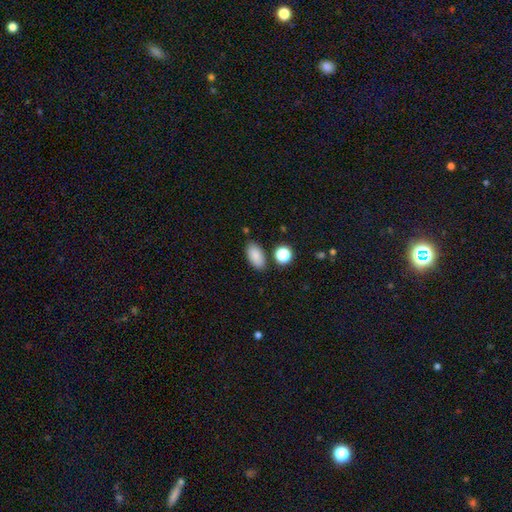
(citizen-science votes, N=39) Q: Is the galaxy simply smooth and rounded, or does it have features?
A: smooth — 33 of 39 (85%).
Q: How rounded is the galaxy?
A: in between — 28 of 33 (85%).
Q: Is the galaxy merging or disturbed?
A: none — 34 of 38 (89%).